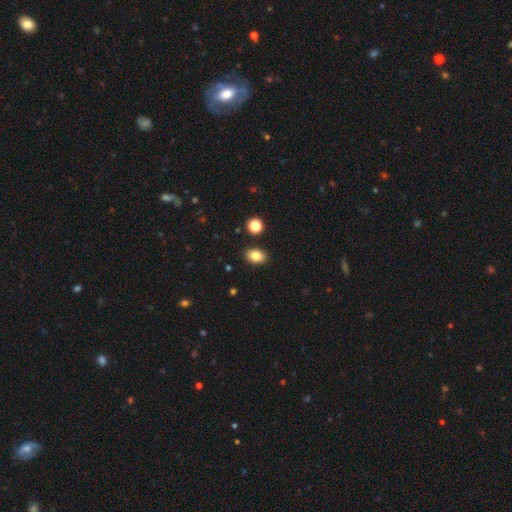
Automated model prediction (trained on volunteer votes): Smooth or featured: smooth — 83% (star or artifact — 9%)
How rounded: in between — 82% (round — 17%)
Merging: none — 88% (minor disturbance — 8%)